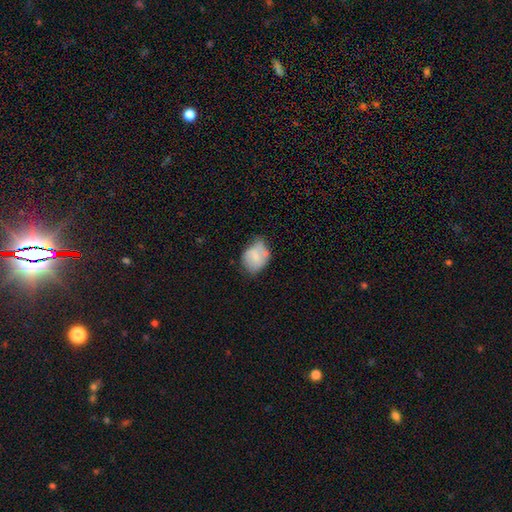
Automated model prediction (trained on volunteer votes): Smooth or featured? Predicted: smooth (p=0.72). How rounded? Predicted: in between (p=0.60). Merging? Predicted: minor disturbance (p=0.42).